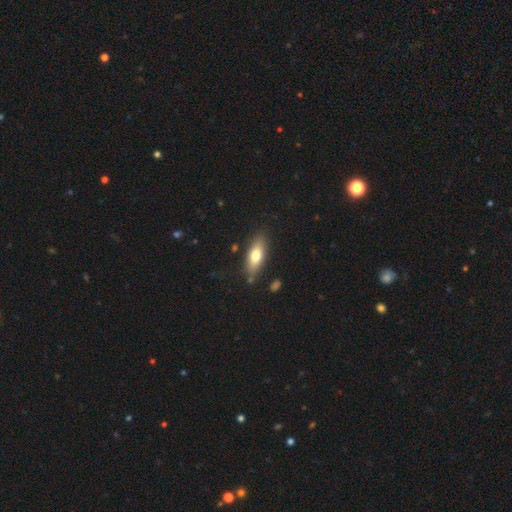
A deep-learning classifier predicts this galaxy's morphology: smooth_or_featured: smooth (p=0.71) [alt: featured or disk p=0.23]
how_rounded: in between (p=0.66) [alt: cigar-shaped p=0.32]
merging: none (p=0.81) [alt: minor disturbance p=0.13]